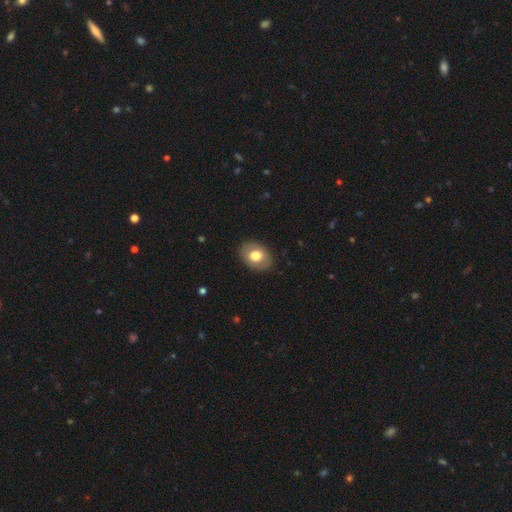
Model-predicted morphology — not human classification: Smooth or featured? Predicted: smooth (p=0.71). How rounded? Predicted: in between (p=0.67). Merging? Predicted: none (p=0.87).